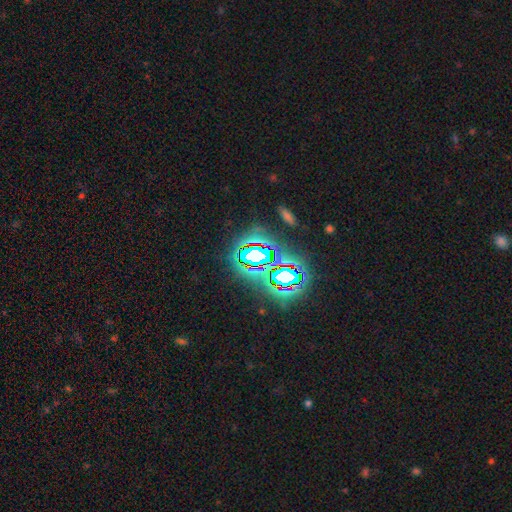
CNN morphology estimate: This is likely a star or artifact rather than a galaxy (70%).